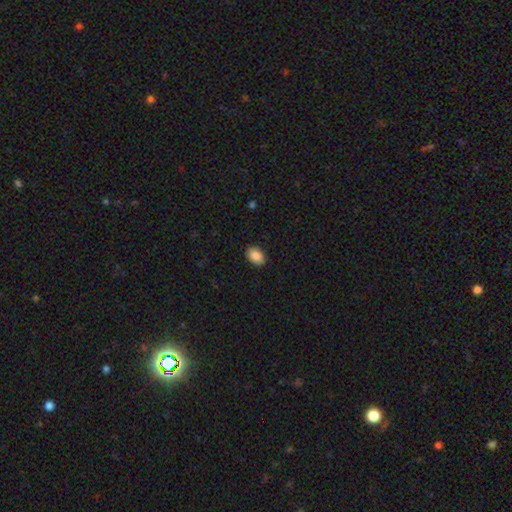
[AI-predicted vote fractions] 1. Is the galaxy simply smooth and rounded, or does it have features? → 88% smooth, 7% star or artifact, 5% featured or disk.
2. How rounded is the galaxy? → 85% in between, 14% round, 1% cigar-shaped.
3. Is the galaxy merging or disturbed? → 89% none, 8% minor disturbance, 2% major disturbance, 1% merger.